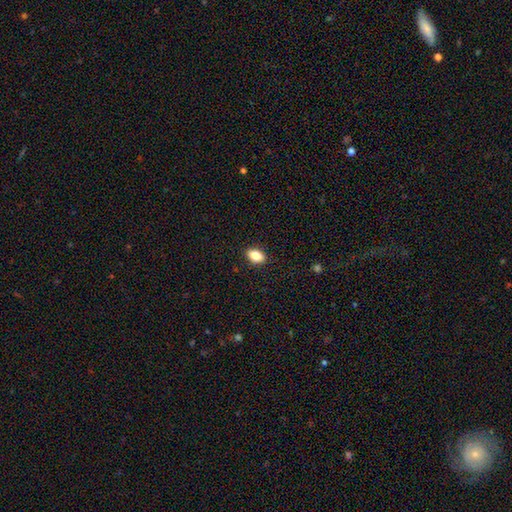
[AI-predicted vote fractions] Q: Smooth or featured?
A: smooth (84%); runner-up: star or artifact (8%)
Q: How rounded?
A: in between (86%); runner-up: round (11%)
Q: Merging?
A: none (89%); runner-up: minor disturbance (8%)